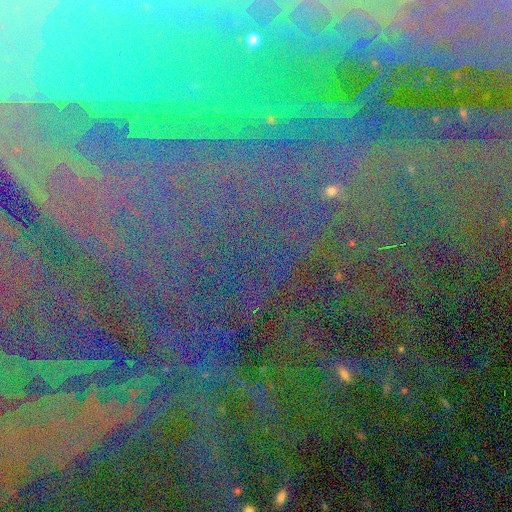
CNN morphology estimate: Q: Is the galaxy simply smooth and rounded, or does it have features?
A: star or artifact — 80%.